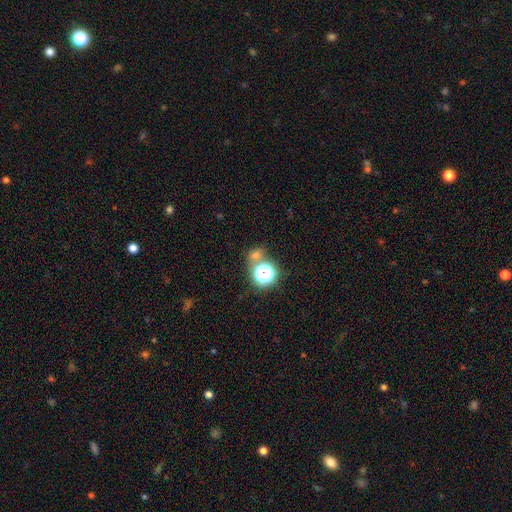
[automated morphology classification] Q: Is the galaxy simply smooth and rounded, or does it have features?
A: smooth — 58%.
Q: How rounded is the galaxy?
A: round — 72%.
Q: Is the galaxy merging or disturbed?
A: none — 62%.